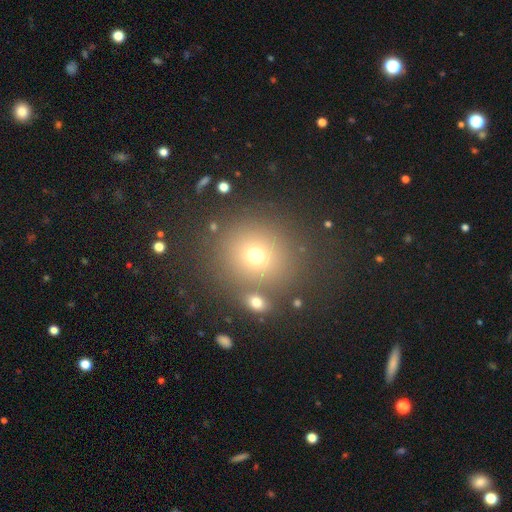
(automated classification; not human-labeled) smooth-or-featured: smooth: 64% | star or artifact: 26% | featured or disk: 10%
  how-rounded: round: 88% | in between: 11% | cigar-shaped: 1%
  merging: none: 81% | minor disturbance: 8% | merger: 7% | major disturbance: 4%